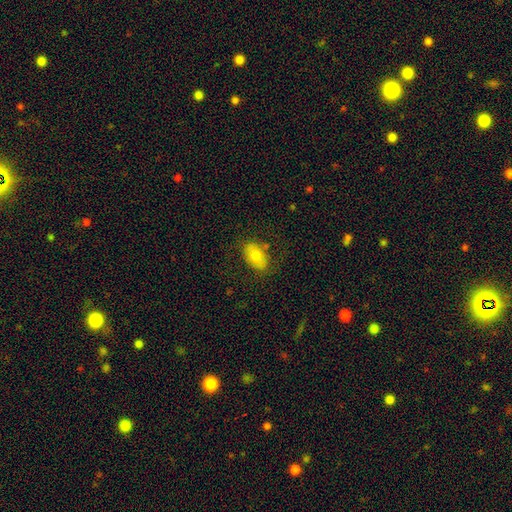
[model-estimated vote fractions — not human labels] Smooth or featured: smooth — 73% (featured or disk — 19%)
How rounded: in between — 90% (round — 9%)
Merging: none — 76% (minor disturbance — 16%)